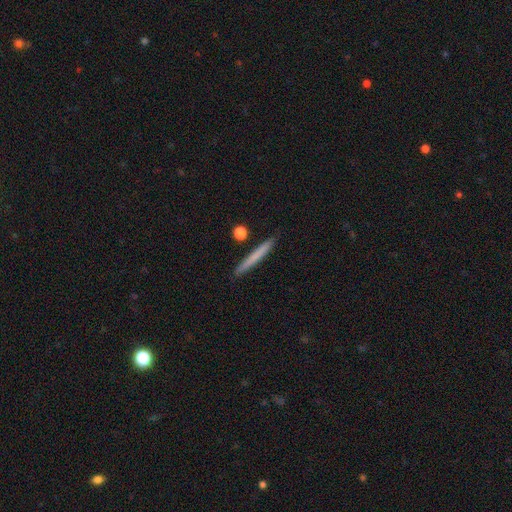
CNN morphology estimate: Smooth or featured? smooth (69%)
How rounded? cigar-shaped (97%)
Merging? none (89%)